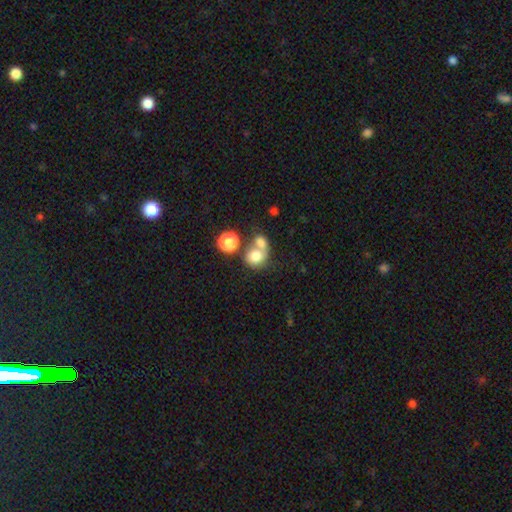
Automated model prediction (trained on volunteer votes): Q: Smooth or featured?
A: smooth (75%); runner-up: featured or disk (15%)
Q: How rounded?
A: round (70%); runner-up: in between (29%)
Q: Merging?
A: merger (60%); runner-up: none (26%)